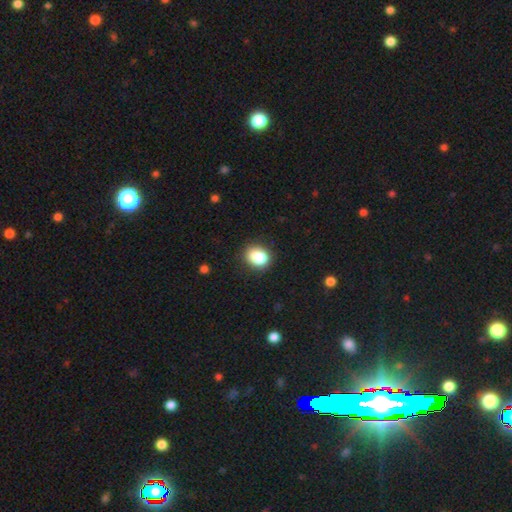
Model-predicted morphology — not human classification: Q: Smooth or featured?
A: smooth (83%); runner-up: star or artifact (10%)
Q: How rounded?
A: round (54%); runner-up: in between (45%)
Q: Merging?
A: none (81%); runner-up: minor disturbance (14%)